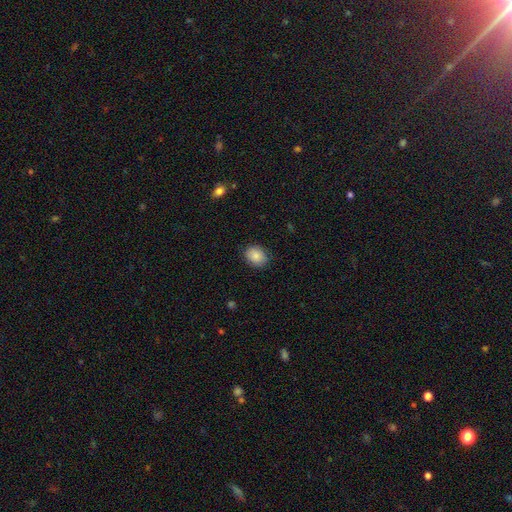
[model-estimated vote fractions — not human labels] Smooth or featured?
  - smooth: 86% *
  - star or artifact: 8%
  - featured or disk: 6%
How rounded?
  - in between: 52% *
  - round: 47%
  - cigar-shaped: 1%
Merging?
  - none: 83% *
  - minor disturbance: 13%
  - major disturbance: 3%
  - merger: 1%